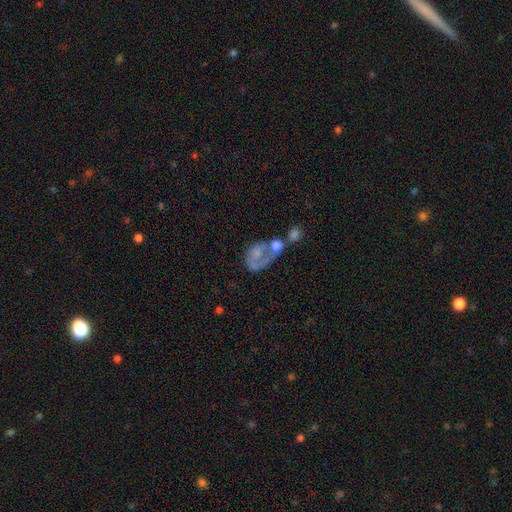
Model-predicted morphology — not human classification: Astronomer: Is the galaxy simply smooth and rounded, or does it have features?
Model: featured or disk — 51% (runner-up: smooth, 40%).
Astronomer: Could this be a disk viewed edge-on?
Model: no — 97%.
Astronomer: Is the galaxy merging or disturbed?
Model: merger — 51%.